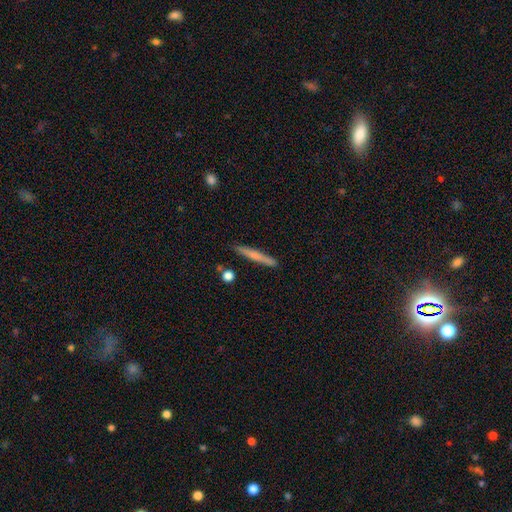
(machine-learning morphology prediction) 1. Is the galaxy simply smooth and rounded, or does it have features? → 59% smooth, 35% featured or disk, 6% star or artifact.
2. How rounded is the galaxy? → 95% cigar-shaped, 3% in between, 2% round.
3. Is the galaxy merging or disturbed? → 88% none, 8% minor disturbance, 2% merger, 2% major disturbance.